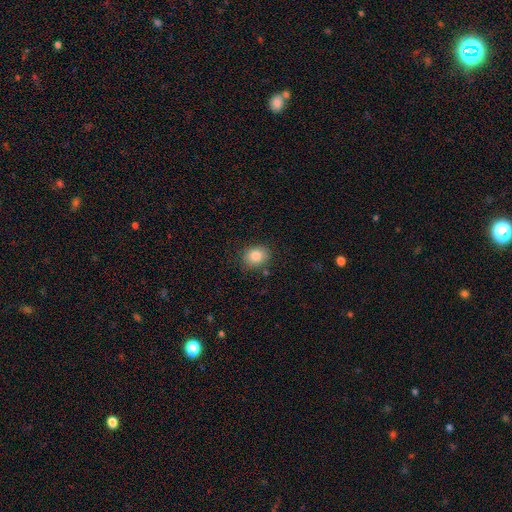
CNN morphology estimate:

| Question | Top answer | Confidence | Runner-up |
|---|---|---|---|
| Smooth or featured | smooth | 82% | star or artifact (10%) |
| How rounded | round | 64% | in between (35%) |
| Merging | none | 84% | minor disturbance (11%) |